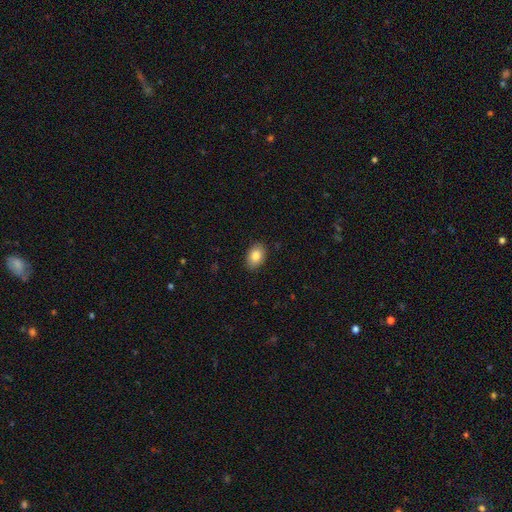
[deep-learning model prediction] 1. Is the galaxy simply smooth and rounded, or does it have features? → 85% smooth, 8% featured or disk, 7% star or artifact.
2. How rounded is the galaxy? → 85% in between, 14% round, 1% cigar-shaped.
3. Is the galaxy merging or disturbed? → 88% none, 9% minor disturbance, 2% major disturbance, 1% merger.